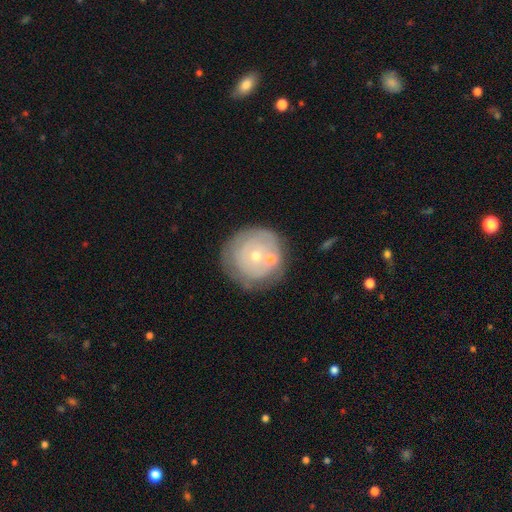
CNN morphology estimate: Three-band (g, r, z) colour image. It shows a featured or disk galaxy (55%) with no bar (89%), no spiral arms (57%) and a small central bulge (61%). Merging: none (62%).